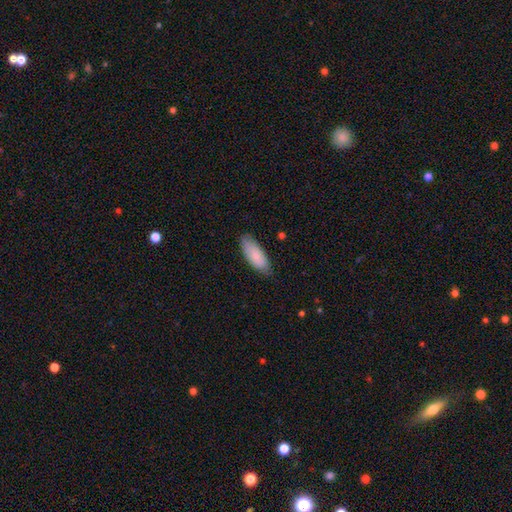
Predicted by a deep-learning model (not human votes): This appears to be a smooth galaxy with no disk features (85%) that is in between round and cigar-shaped (77%). Merging: none (79%).